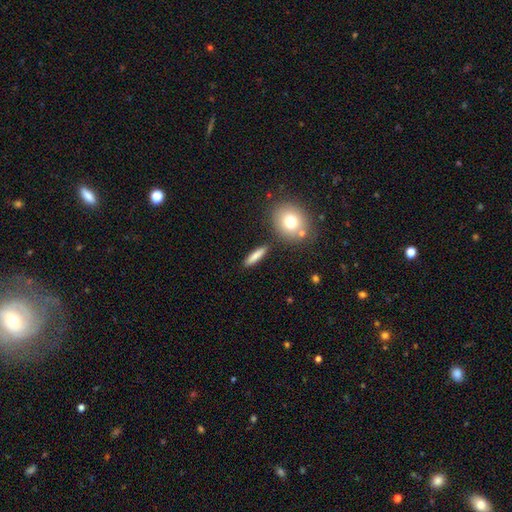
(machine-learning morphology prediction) Smooth or featured? Predicted: smooth (p=0.76). How rounded? Predicted: cigar-shaped (p=0.78). Merging? Predicted: none (p=0.86).